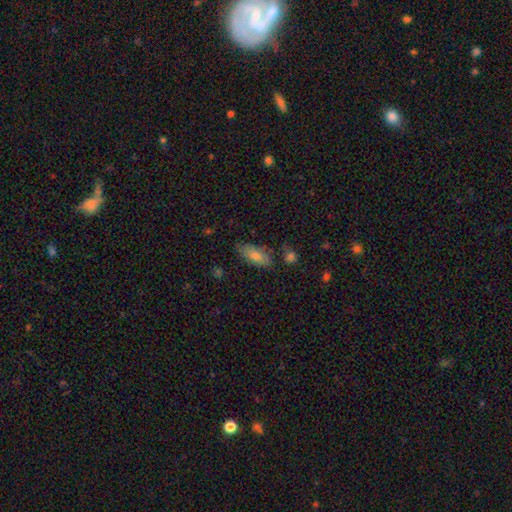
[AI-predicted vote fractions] A smooth galaxy with no disk features (74%) that is in between round and cigar-shaped (80%). Merging: none (74%).